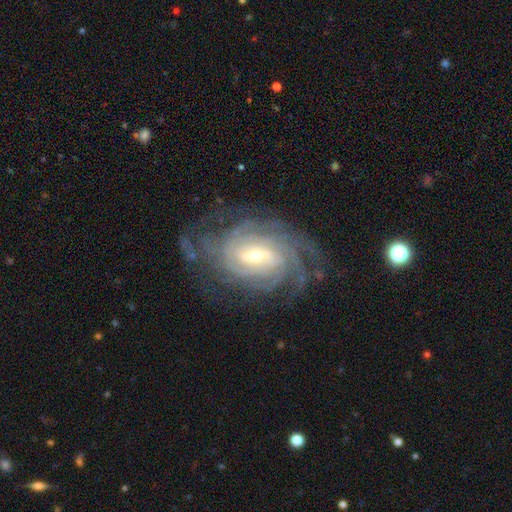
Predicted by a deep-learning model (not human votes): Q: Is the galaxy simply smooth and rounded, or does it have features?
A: featured or disk — 90%.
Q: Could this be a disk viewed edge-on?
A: no — 97%.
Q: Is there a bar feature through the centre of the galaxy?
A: weak — 49%.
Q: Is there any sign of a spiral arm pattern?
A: yes — 97%.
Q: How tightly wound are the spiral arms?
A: tight — 67%.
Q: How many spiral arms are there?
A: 4 — 27%.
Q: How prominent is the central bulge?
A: small — 52%.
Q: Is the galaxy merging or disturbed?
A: none — 70%.